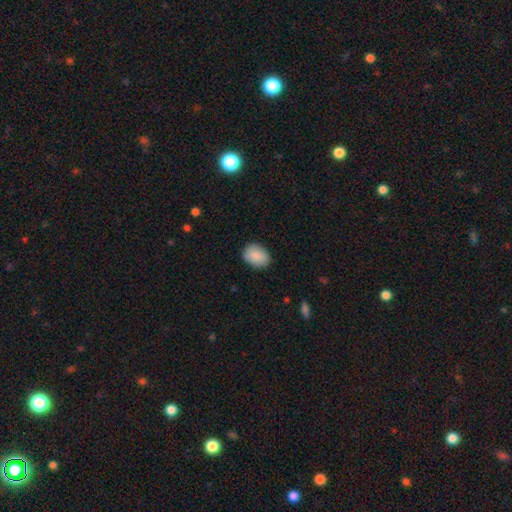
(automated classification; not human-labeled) A smooth galaxy with no disk features (87%) that is in between round and cigar-shaped (69%). Merging: none (85%).